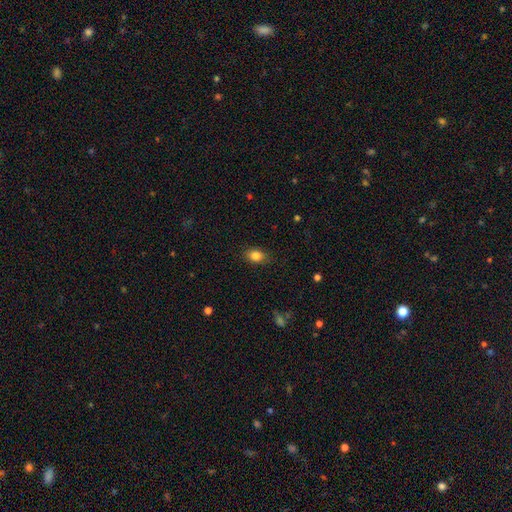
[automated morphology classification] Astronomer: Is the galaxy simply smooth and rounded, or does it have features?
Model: smooth — 84%.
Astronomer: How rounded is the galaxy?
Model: in between — 73%.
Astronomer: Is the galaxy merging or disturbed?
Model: none — 84%.